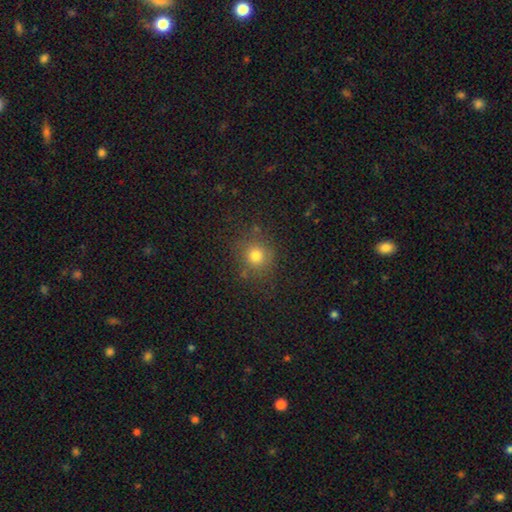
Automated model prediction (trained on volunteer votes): Smooth or featured: smooth — 75% (star or artifact — 17%)
How rounded: round — 86% (in between — 13%)
Merging: none — 79% (minor disturbance — 13%)